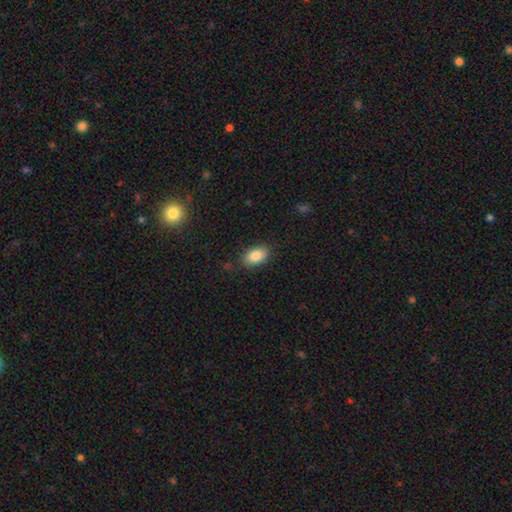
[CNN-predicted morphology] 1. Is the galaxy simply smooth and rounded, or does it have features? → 86% smooth, 8% star or artifact, 7% featured or disk.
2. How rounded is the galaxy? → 90% in between, 8% round, 2% cigar-shaped.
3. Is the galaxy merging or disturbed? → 85% none, 11% minor disturbance, 3% major disturbance, 1% merger.